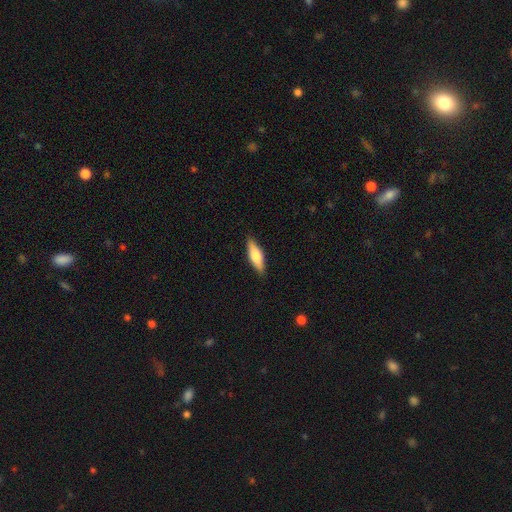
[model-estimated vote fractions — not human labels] Overall: smooth (62%; featured or disk 32%). How rounded: cigar-shaped (49%, tied with in between). Merging: none (89%).